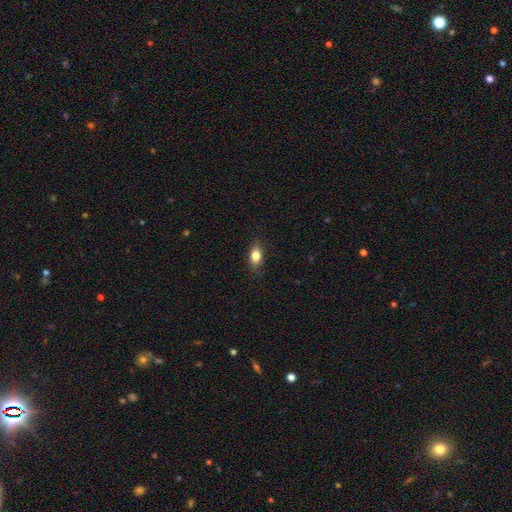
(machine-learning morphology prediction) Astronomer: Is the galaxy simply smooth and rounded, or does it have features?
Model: smooth — 81%.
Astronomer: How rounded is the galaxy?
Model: in between — 81%.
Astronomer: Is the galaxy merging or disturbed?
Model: none — 84%.